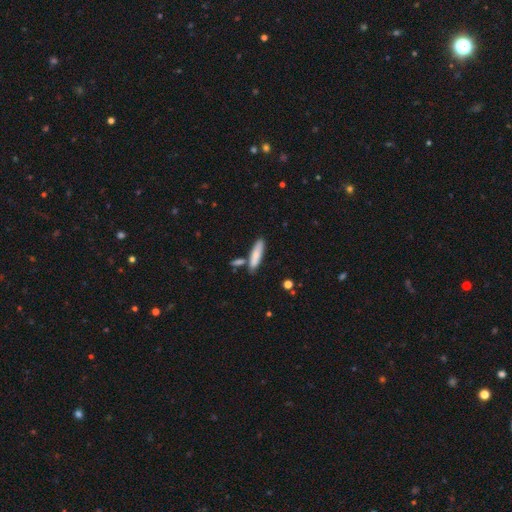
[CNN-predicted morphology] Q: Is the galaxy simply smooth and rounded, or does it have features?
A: smooth — 78%.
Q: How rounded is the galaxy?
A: cigar-shaped — 74%.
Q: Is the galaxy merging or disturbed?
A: none — 72%.